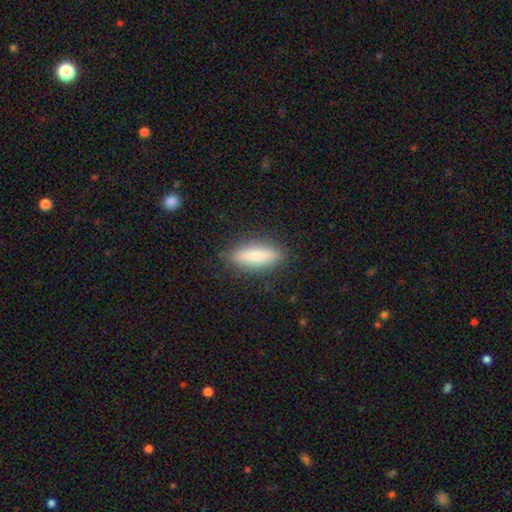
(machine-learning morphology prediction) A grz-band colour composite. It shows a smooth galaxy with no disk features (76%) that is cigar-shaped (58%). Merging: none (86%).